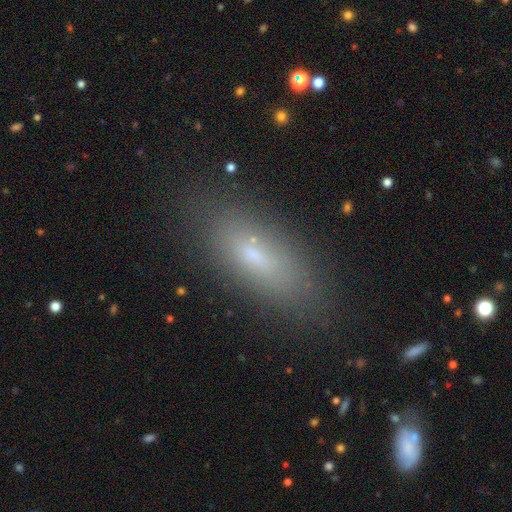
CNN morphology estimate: Smooth or featured?
  - smooth: 66% *
  - featured or disk: 20%
  - star or artifact: 13%
How rounded?
  - in between: 66% *
  - cigar-shaped: 31%
  - round: 3%
Merging?
  - none: 81% *
  - minor disturbance: 12%
  - major disturbance: 4%
  - merger: 2%